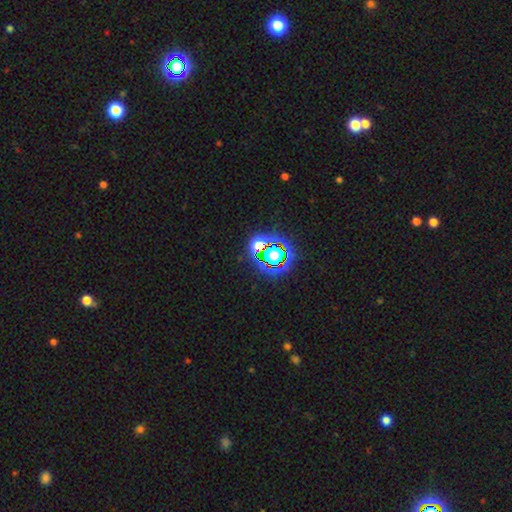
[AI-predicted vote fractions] smooth_or_featured: star or artifact (p=0.80) [alt: smooth p=0.12]